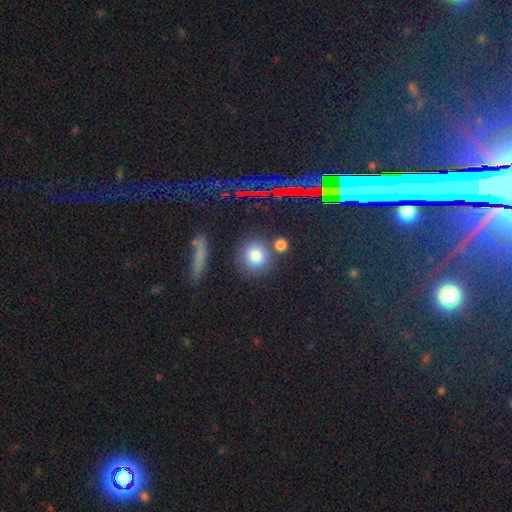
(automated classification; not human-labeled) This is likely a smooth galaxy (76%). How rounded: clearly round (84%). Merging: likely none (75%).